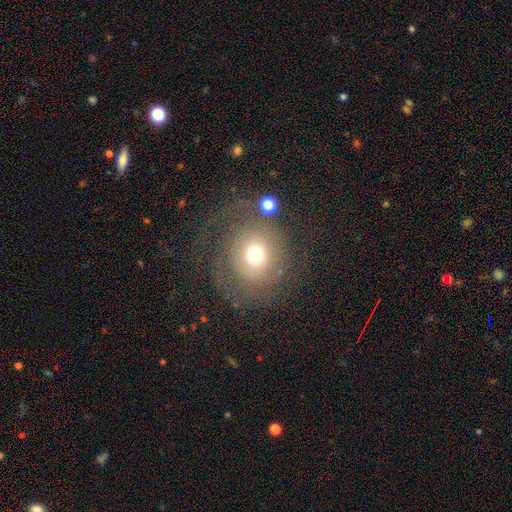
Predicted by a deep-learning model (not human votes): The model was most divided on "smooth or featured": smooth: 53%, featured or disk: 34%, star or artifact: 13%. More confident: how rounded — round (85%); merging — none (57%).